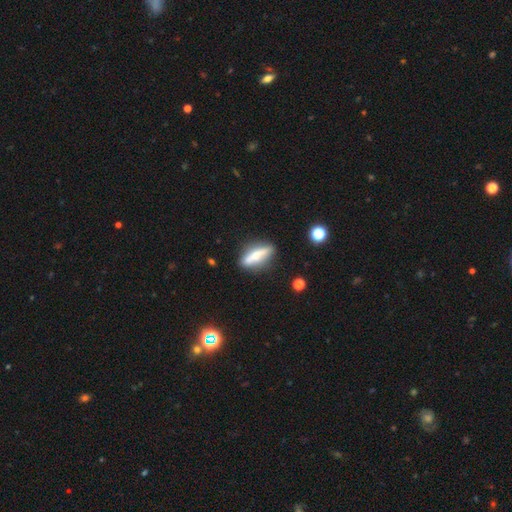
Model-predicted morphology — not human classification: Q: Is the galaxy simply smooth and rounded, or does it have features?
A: featured or disk — 48%.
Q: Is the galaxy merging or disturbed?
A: none — 82%.